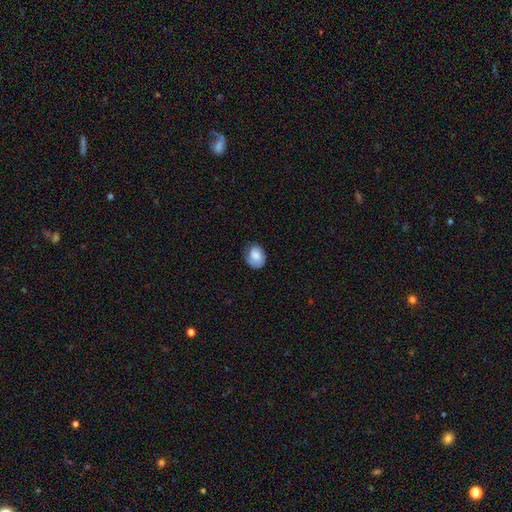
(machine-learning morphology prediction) This appears to be a smooth galaxy with no disk features (74%) that is in between round and cigar-shaped (61%). Merging: none (63%).